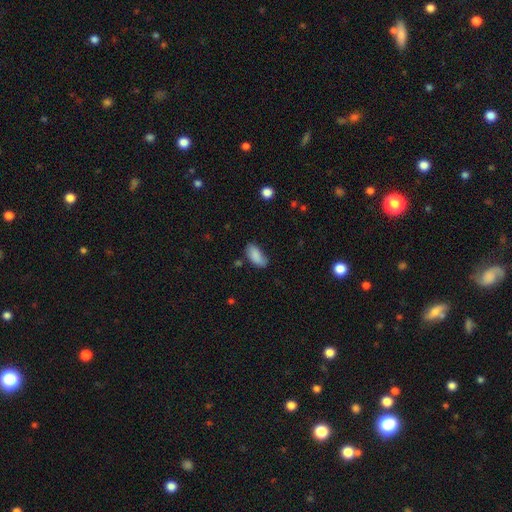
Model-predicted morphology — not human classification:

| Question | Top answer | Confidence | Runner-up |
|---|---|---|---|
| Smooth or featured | smooth | 85% | featured or disk (8%) |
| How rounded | in between | 92% | cigar-shaped (5%) |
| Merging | none | 61% | minor disturbance (28%) |